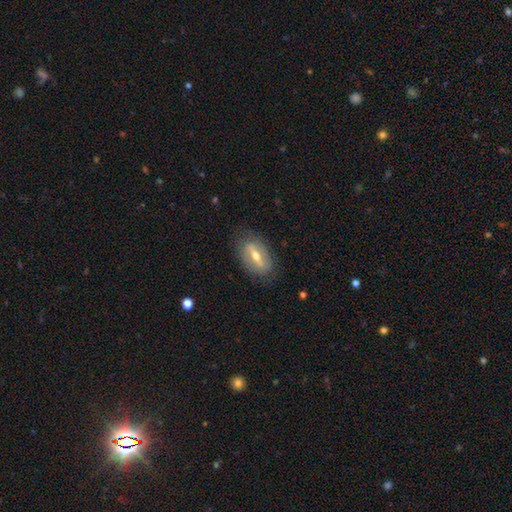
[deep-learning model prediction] smooth_or_featured: featured or disk (p=0.64) [alt: smooth p=0.29]
disk_edge_on: no (p=0.81) [alt: yes p=0.19]
bar: strong (p=0.59) [alt: weak p=0.29]
has_spiral_arms: no (p=0.58) [alt: yes p=0.42]
bulge_size: moderate (p=0.68) [alt: small p=0.24]
merging: none (p=0.80) [alt: minor disturbance p=0.15]